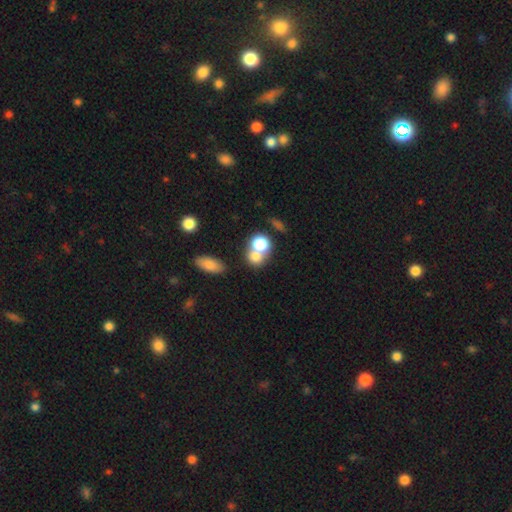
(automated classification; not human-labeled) Overall: smooth (75%). How rounded: round (68%; in between 30%). Merging: merger (56%; none 33%).